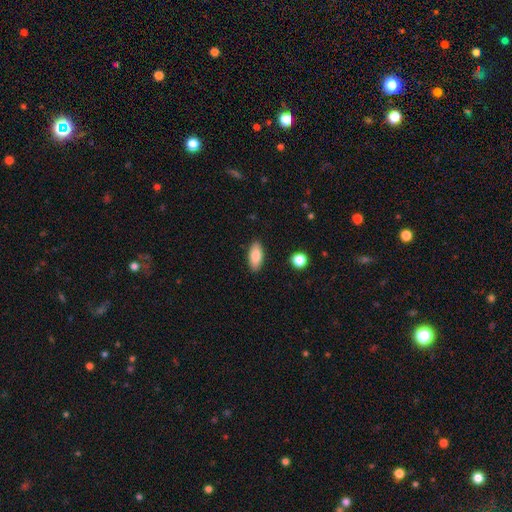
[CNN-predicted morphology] type=smooth (84%); roundness=in between (87%); merging=none (89%).